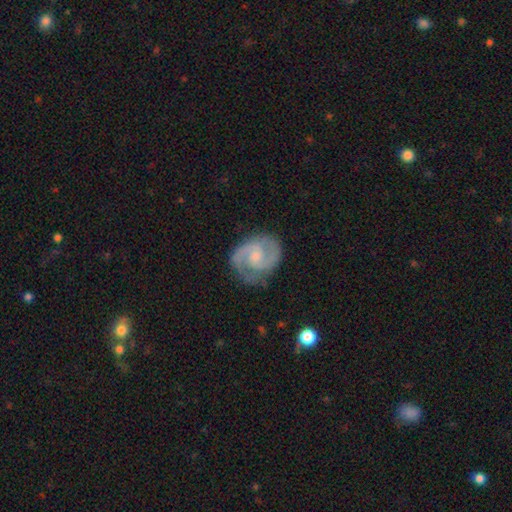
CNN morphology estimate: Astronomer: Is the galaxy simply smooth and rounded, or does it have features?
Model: featured or disk — 88%.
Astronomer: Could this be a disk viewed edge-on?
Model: no — 98%.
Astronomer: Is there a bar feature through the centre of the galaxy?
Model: no — 50% (runner-up: weak, 43%).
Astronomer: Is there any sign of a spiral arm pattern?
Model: yes — 97%.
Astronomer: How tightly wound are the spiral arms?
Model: medium — 55% (runner-up: tight, 35%).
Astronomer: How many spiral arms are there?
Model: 2 — 91%.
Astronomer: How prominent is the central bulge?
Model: small — 49% (runner-up: moderate, 37%).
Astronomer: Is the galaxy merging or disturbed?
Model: none — 78%.